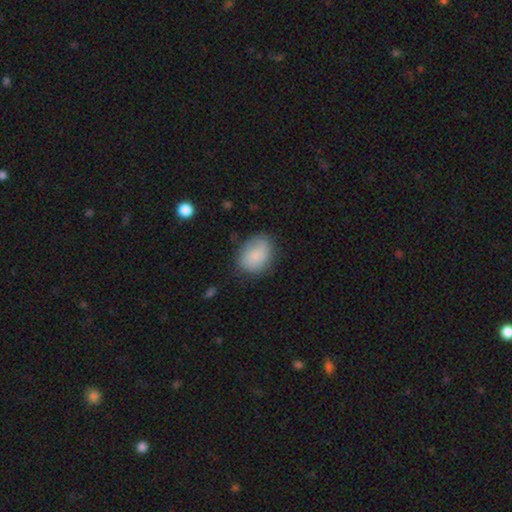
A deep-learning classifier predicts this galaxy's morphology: This is likely a smooth galaxy (80%). How rounded: likely in between (68%). Merging: likely none (70%).